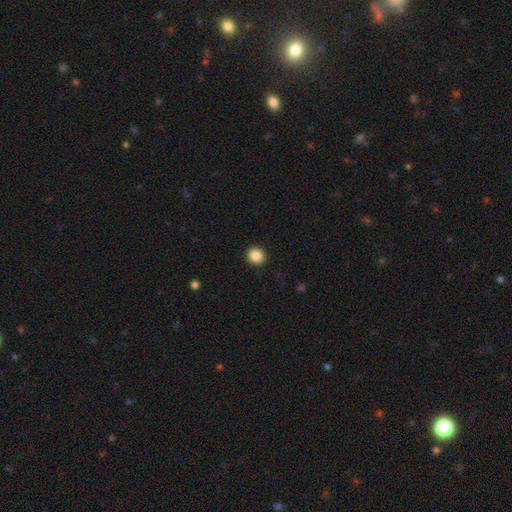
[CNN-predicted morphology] Smooth or featured? Predicted: smooth (p=0.87). How rounded? Predicted: round (p=0.87). Merging? Predicted: none (p=0.92).